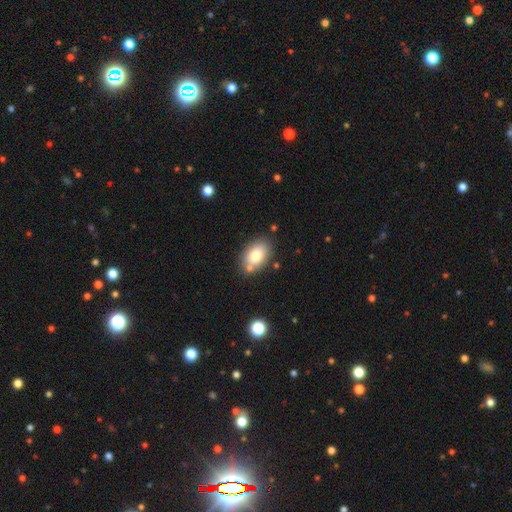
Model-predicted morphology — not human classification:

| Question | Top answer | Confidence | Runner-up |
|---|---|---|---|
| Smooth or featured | smooth | 80% | featured or disk (12%) |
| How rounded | in between | 89% | round (10%) |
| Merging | none | 75% | minor disturbance (13%) |